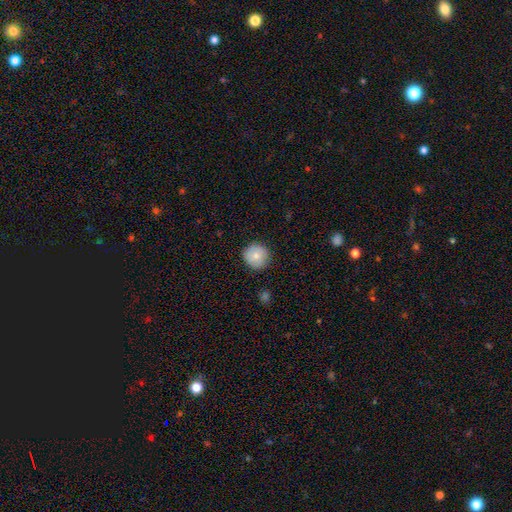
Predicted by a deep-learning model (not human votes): This is clearly a smooth galaxy (81%). How rounded: clearly round (94%). Merging: clearly none (88%).